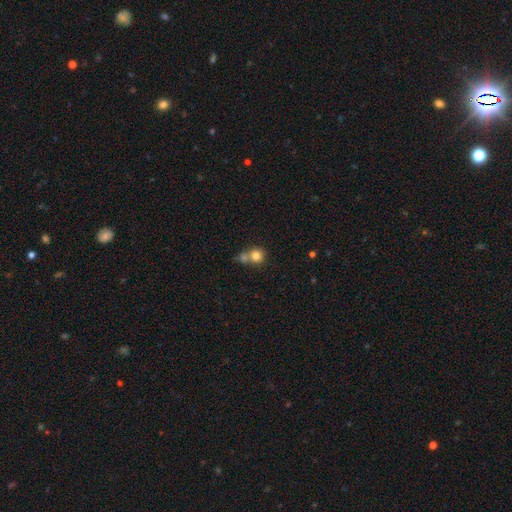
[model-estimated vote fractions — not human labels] Morphology: type=smooth (79%); roundness=round (87%); merging=merger (46%).